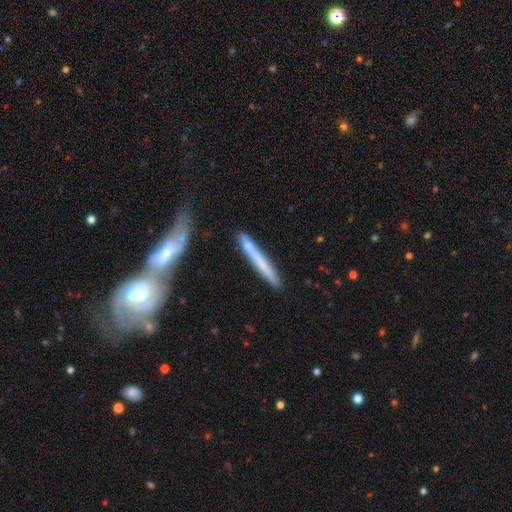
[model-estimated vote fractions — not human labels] smooth-or-featured: smooth: 63% | featured or disk: 31% | star or artifact: 6%
  how-rounded: cigar-shaped: 96% | in between: 3% | round: 1%
  merging: none: 82% | minor disturbance: 11% | merger: 4% | major disturbance: 2%